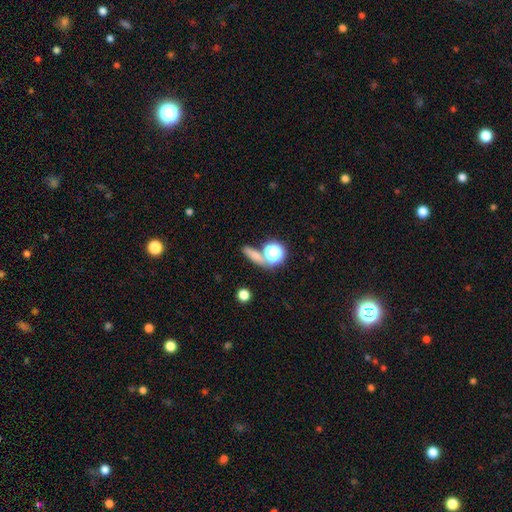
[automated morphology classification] smooth-or-featured: smooth: 65% | star or artifact: 23% | featured or disk: 12%
  how-rounded: cigar-shaped: 37% | round: 34% | in between: 29%
  merging: none: 64% | merger: 20% | minor disturbance: 10% | major disturbance: 6%